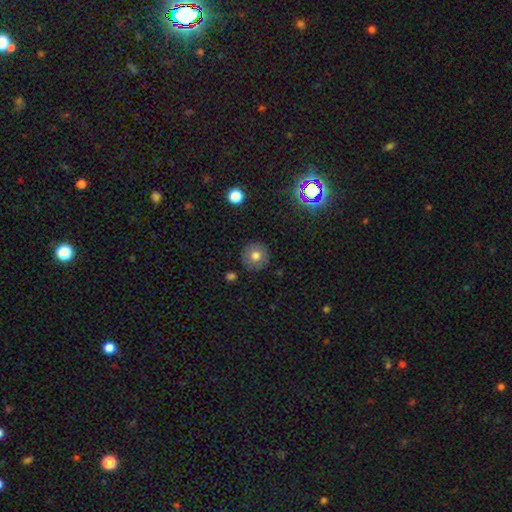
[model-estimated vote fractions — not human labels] Q: Smooth or featured?
A: smooth (73%); runner-up: featured or disk (15%)
Q: How rounded?
A: round (94%); runner-up: in between (5%)
Q: Merging?
A: none (88%); runner-up: minor disturbance (8%)